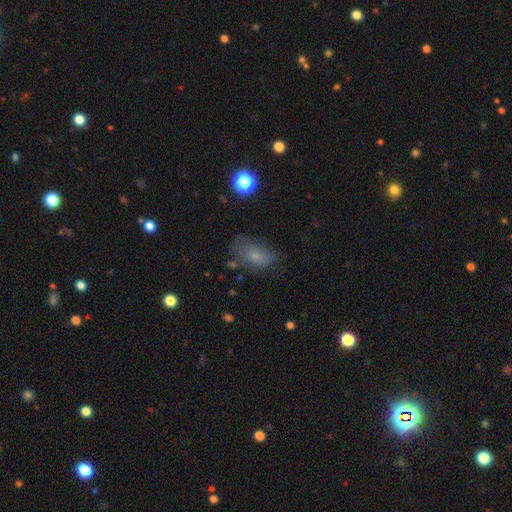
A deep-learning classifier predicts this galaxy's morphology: Overall: smooth (67%). How rounded: in between (84%). Merging: none (62%; minor disturbance 24%).